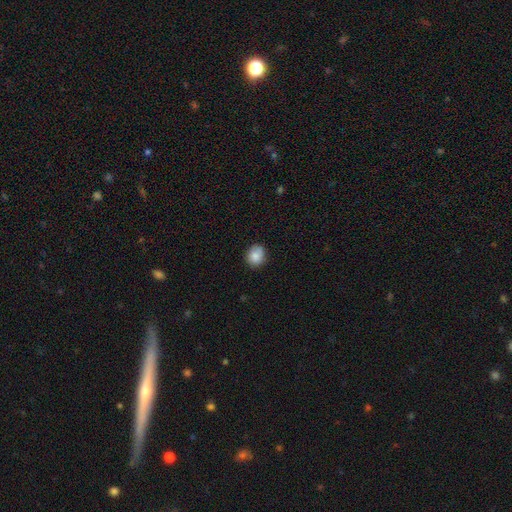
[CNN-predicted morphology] Smooth or featured? smooth (82%)
How rounded? round (69%)
Merging? none (75%)